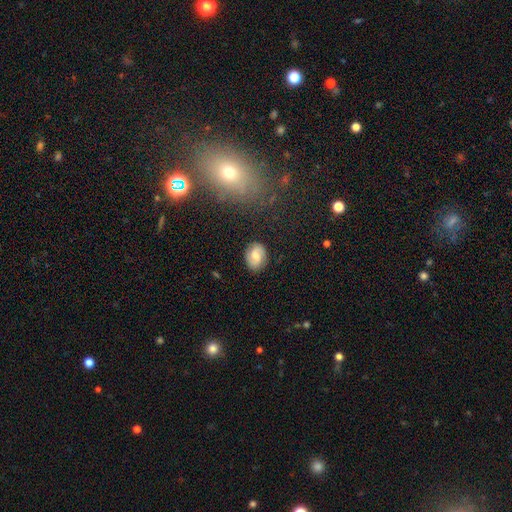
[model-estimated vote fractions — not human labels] This appears to be a smooth galaxy with no disk features (46%). Merging: none (83%).